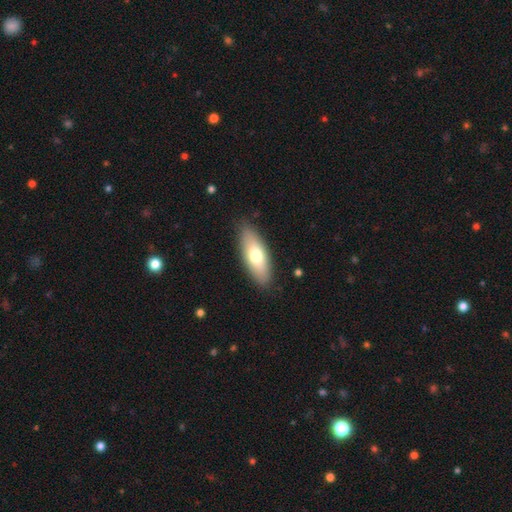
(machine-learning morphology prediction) Q: Smooth or featured?
A: smooth (68%); runner-up: featured or disk (26%)
Q: How rounded?
A: in between (73%); runner-up: cigar-shaped (25%)
Q: Merging?
A: none (86%); runner-up: minor disturbance (11%)